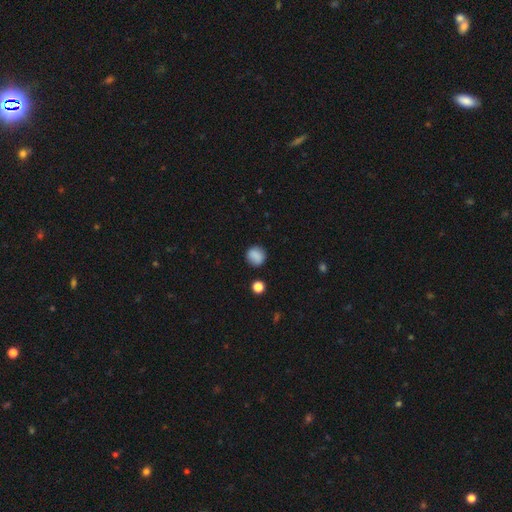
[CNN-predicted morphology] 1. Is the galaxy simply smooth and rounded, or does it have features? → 86% smooth, 10% star or artifact, 5% featured or disk.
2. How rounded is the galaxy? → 84% round, 15% in between, 1% cigar-shaped.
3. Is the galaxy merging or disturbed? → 84% none, 11% minor disturbance, 3% major disturbance, 2% merger.